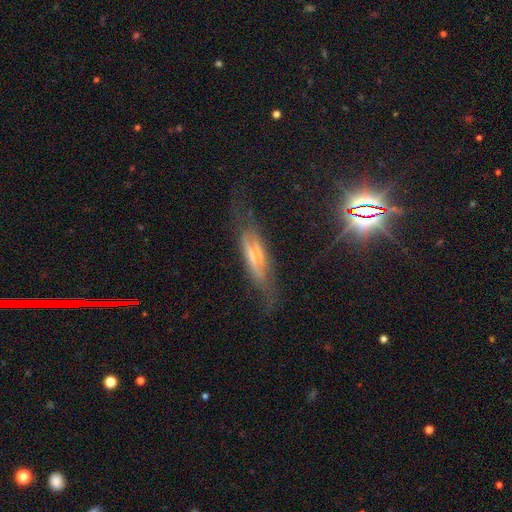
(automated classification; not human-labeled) Smooth or featured: featured or disk — 58% (smooth — 28%)
Edge-on disk: yes — 76% (no — 24%)
Merging: none — 55% (minor disturbance — 25%)